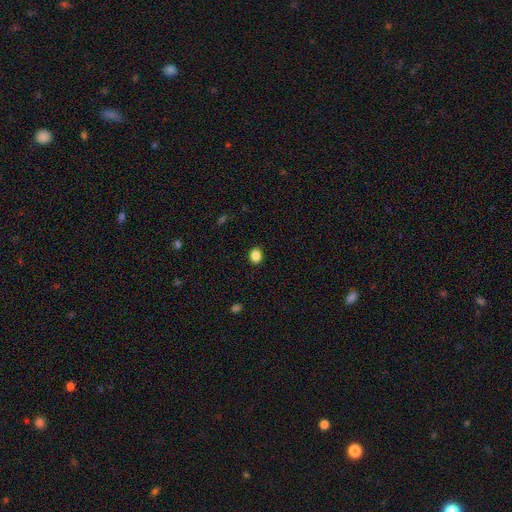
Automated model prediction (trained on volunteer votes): This appears to be a smooth galaxy with no disk features (87%) that is in between round and cigar-shaped (53%). Merging: none (90%).